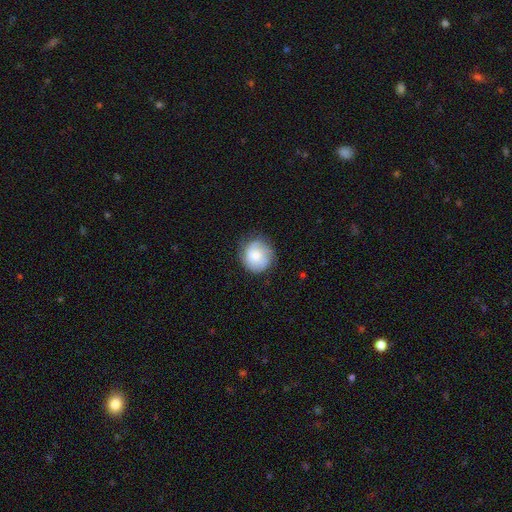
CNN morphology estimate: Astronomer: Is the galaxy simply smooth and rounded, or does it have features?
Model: smooth — 60%.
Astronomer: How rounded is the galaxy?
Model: round — 85%.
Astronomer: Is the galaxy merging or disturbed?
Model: none — 72%.